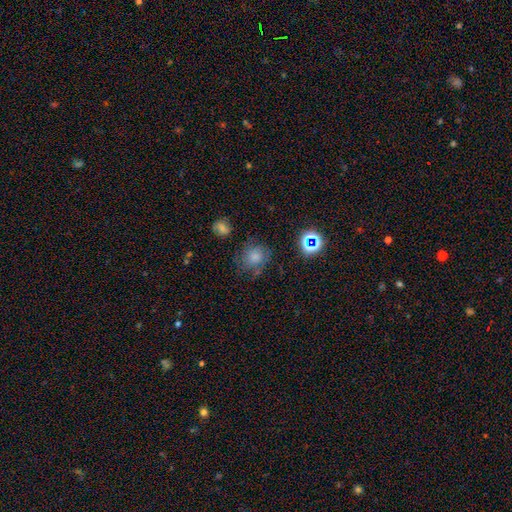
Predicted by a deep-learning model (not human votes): A smooth galaxy with no disk features (43%).

Vote fractions:
- Smooth or featured? smooth: 43% / star or artifact: 34% / featured or disk: 23%
- Merging? none: 72% / minor disturbance: 16% / major disturbance: 8% / merger: 4%